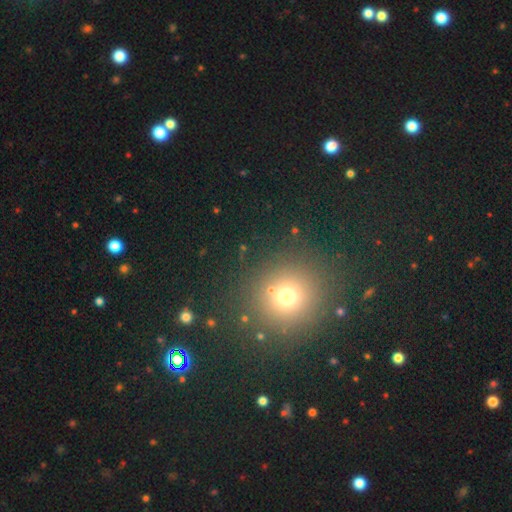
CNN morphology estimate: The model was most divided on "smooth or featured": smooth: 57%, star or artifact: 37%, featured or disk: 7%. More confident: how rounded — round (92%); merging — none (89%).